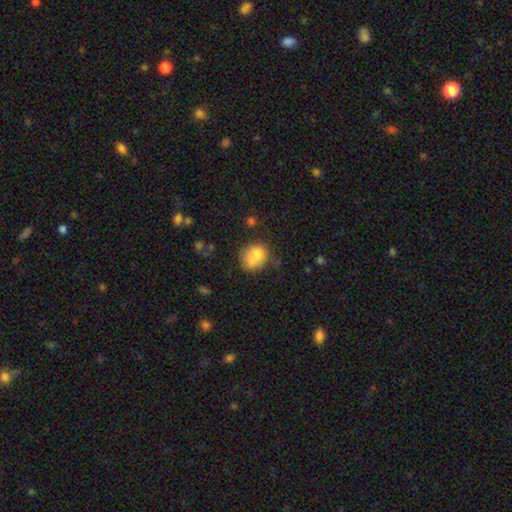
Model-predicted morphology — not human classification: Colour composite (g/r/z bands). It shows a smooth galaxy with no disk features (72%) that is round (67%). Merging: none (40%).